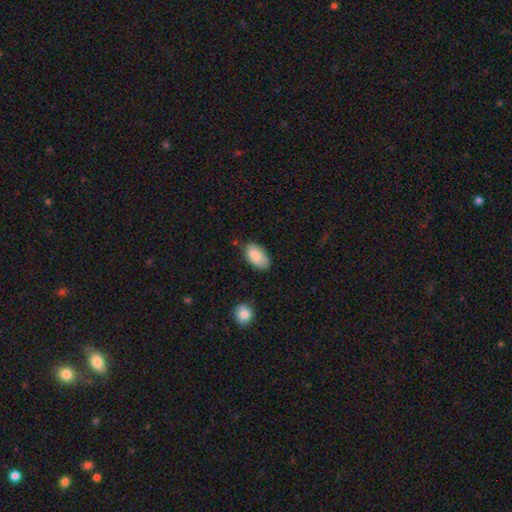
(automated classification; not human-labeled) Smooth or featured? smooth (86%)
How rounded? in between (94%)
Merging? none (72%)